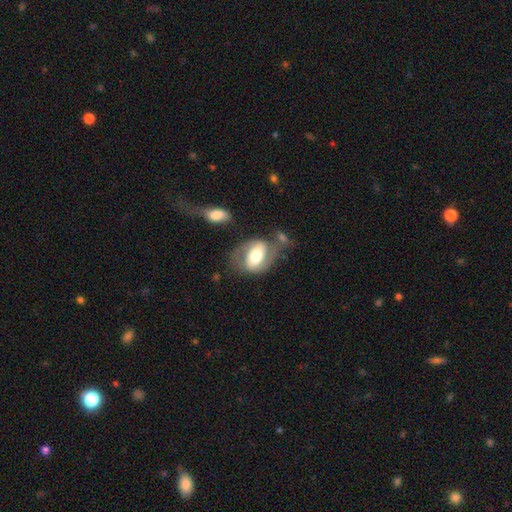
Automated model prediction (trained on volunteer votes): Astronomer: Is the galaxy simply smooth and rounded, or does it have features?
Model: featured or disk — 62%.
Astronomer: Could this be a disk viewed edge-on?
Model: no — 94%.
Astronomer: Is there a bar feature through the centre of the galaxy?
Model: strong — 42% (runner-up: weak, 29%).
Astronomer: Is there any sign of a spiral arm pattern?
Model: yes — 72%.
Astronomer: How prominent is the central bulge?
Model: moderate — 59%.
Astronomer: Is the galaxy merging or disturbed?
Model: none — 52%.